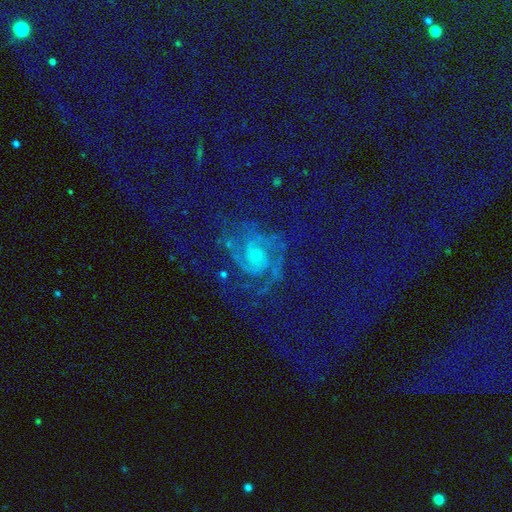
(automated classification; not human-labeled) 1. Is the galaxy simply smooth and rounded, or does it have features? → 49% featured or disk, 32% star or artifact, 18% smooth.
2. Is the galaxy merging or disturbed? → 64% none, 17% minor disturbance, 15% major disturbance, 4% merger.